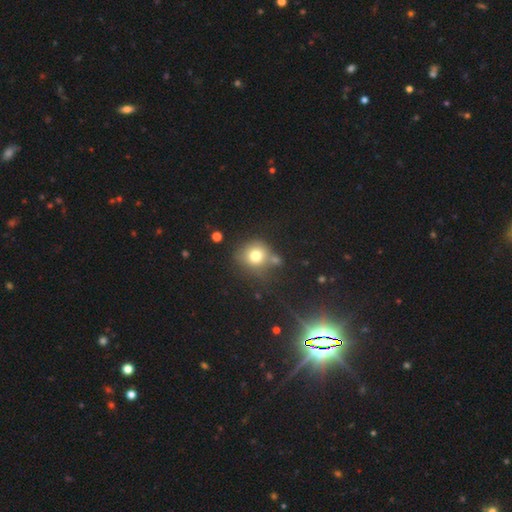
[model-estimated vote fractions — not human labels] A smooth galaxy with no disk features (75%) that is round (85%).

Vote fractions:
- Smooth or featured? smooth: 75% / star or artifact: 14% / featured or disk: 11%
- How rounded? round: 85% / in between: 14% / cigar-shaped: 1%
- Merging? none: 62% / minor disturbance: 17% / merger: 14% / major disturbance: 7%